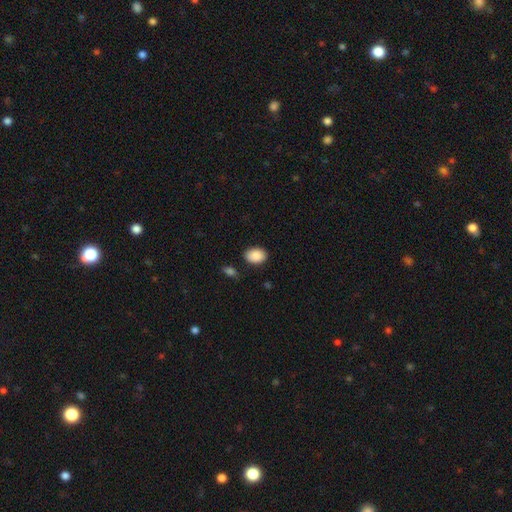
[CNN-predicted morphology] A smooth galaxy with no disk features (89%) that is in between round and cigar-shaped (80%). Merging: none (84%).